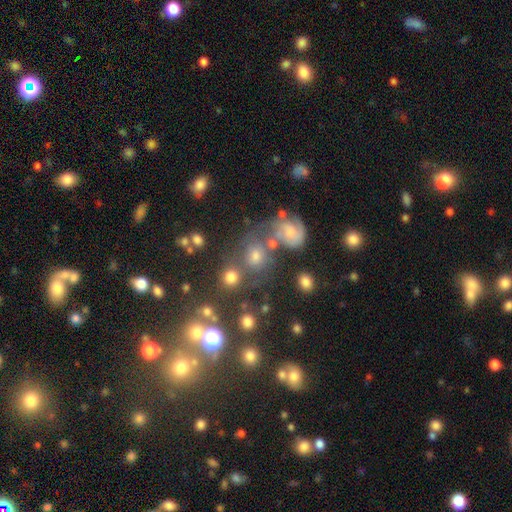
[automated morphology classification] smooth 44%, star or artifact 41%, featured or disk 15%. Down the decision tree: merging — none (66%).